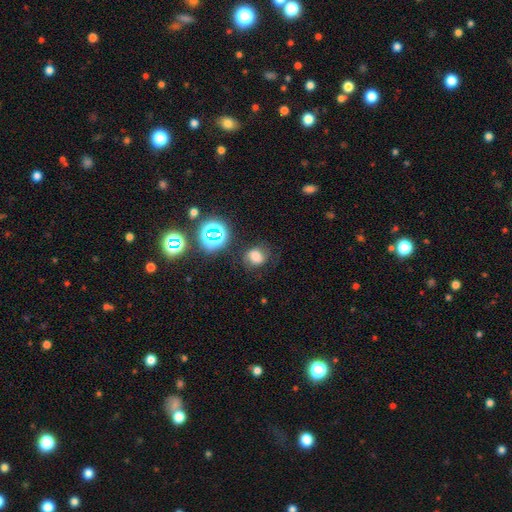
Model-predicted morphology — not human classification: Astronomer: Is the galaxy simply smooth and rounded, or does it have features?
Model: smooth — 61%.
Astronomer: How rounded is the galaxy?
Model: round — 63%.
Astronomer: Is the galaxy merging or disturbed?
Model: none — 67%.